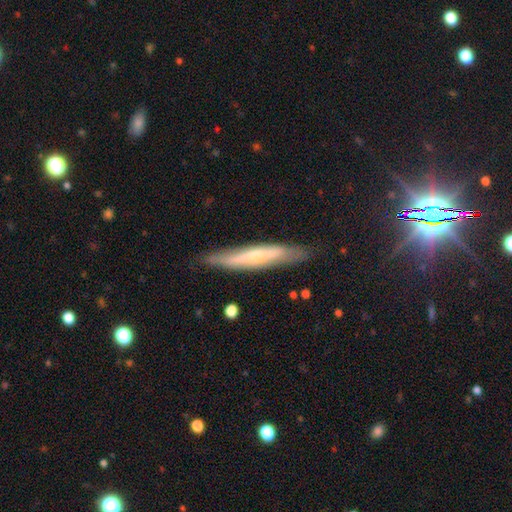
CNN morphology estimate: Smooth or featured? Predicted: featured or disk (p=0.56). Edge-on disk? Predicted: yes (p=0.76). Merging? Predicted: none (p=0.81).